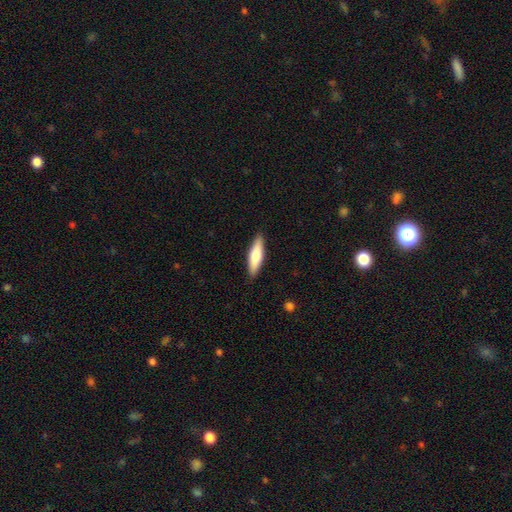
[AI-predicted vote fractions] A smooth galaxy with no disk features (73%) that is cigar-shaped (63%). Merging: none (88%).